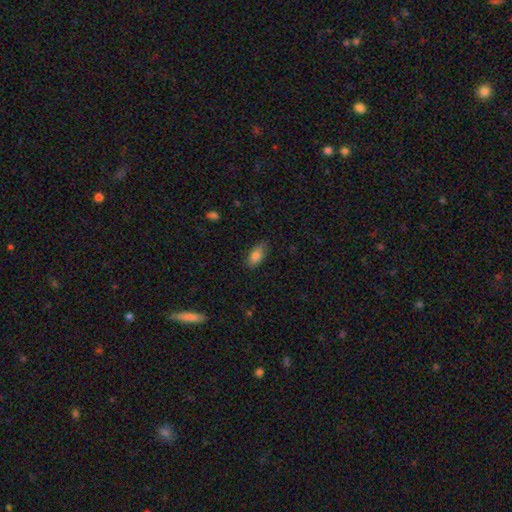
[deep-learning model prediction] Smooth or featured? Predicted: smooth (p=0.83). How rounded? Predicted: in between (p=0.88). Merging? Predicted: none (p=0.76).